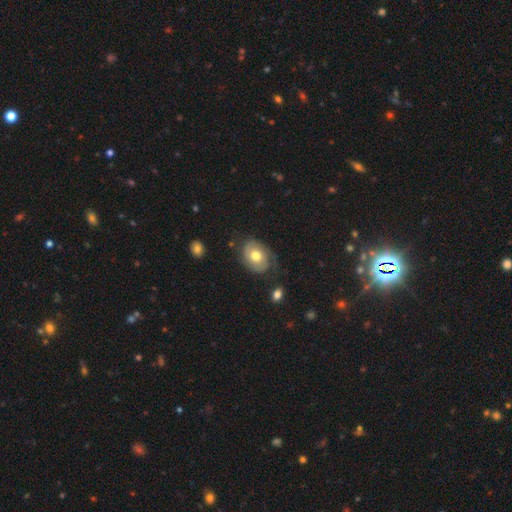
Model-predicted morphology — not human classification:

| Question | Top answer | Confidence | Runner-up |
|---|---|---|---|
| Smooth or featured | smooth | 46% | tied: featured or disk (46%) |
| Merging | none | 60% | minor disturbance (25%) |